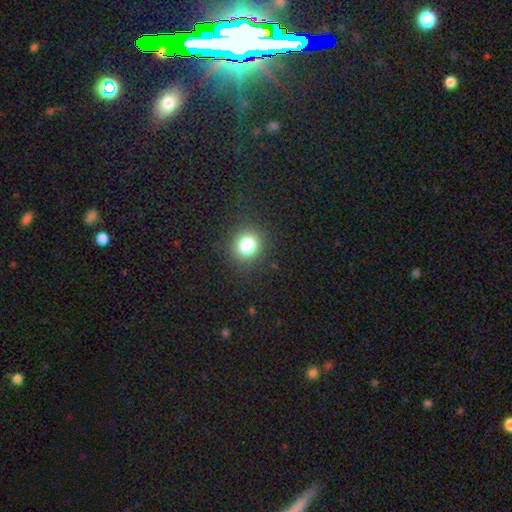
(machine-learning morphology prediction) smooth-or-featured: smooth: 74% | star or artifact: 21% | featured or disk: 6%
  how-rounded: round: 90% | in between: 9% | cigar-shaped: 1%
  merging: none: 92% | minor disturbance: 5% | major disturbance: 2% | merger: 1%